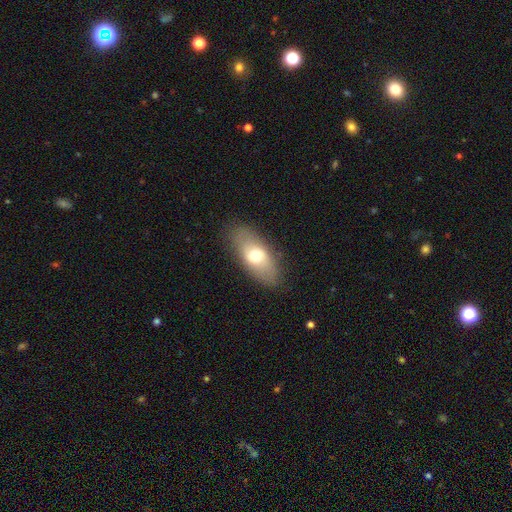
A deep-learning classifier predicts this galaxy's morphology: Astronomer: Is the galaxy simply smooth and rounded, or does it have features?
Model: smooth — 65%.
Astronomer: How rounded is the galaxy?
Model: in between — 86%.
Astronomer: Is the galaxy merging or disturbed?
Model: none — 84%.